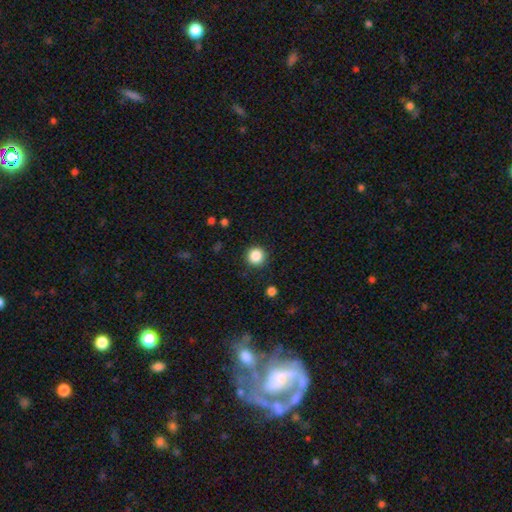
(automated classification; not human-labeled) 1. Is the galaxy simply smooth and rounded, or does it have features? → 86% smooth, 10% star or artifact, 4% featured or disk.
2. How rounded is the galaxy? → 95% round, 4% in between, 1% cigar-shaped.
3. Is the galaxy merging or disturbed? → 91% none, 6% minor disturbance, 2% major disturbance, 1% merger.